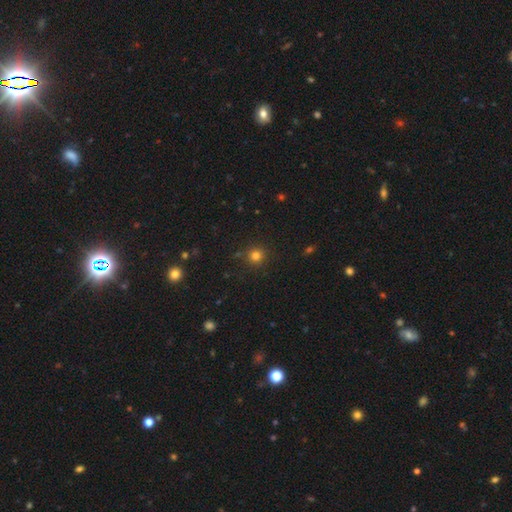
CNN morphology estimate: Smooth or featured?
  - smooth: 80% *
  - star or artifact: 15%
  - featured or disk: 5%
How rounded?
  - round: 93% *
  - in between: 6%
  - cigar-shaped: 1%
Merging?
  - none: 87% *
  - minor disturbance: 7%
  - major disturbance: 3%
  - merger: 3%